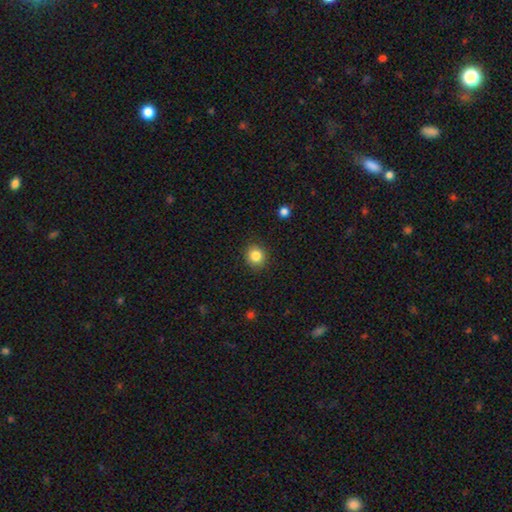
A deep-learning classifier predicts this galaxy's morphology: Smooth or featured: smooth — 84% (star or artifact — 10%)
How rounded: round — 84% (in between — 15%)
Merging: none — 90% (minor disturbance — 7%)